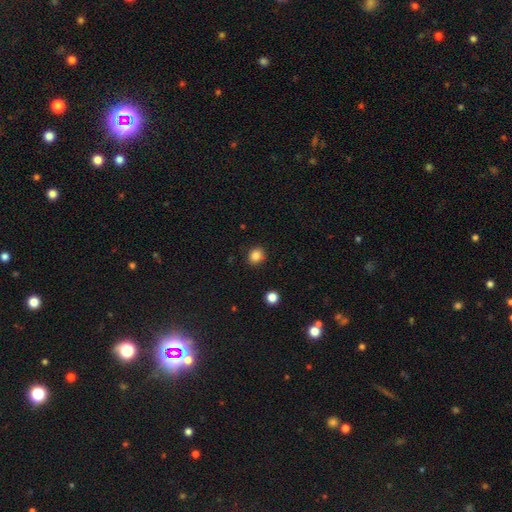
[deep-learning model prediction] A smooth galaxy with no disk features (85%) that is round (75%).

Vote fractions:
- Smooth or featured? smooth: 85% / star or artifact: 11% / featured or disk: 5%
- How rounded? round: 75% / in between: 25% / cigar-shaped: 1%
- Merging? none: 89% / minor disturbance: 7% / major disturbance: 2% / merger: 1%